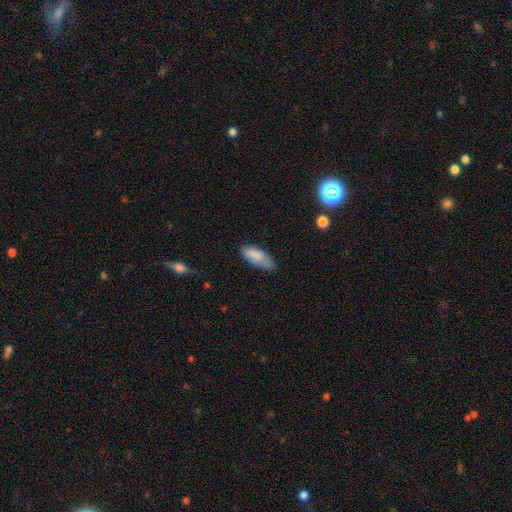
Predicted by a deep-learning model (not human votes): Morphology: type=smooth (85%); roundness=in between (78%); merging=none (67%).